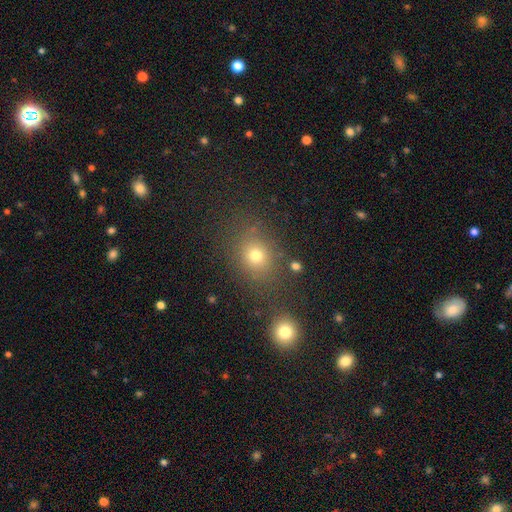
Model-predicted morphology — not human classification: Smooth or featured: smooth — 72% (star or artifact — 18%)
How rounded: round — 62% (in between — 36%)
Merging: none — 75% (minor disturbance — 11%)